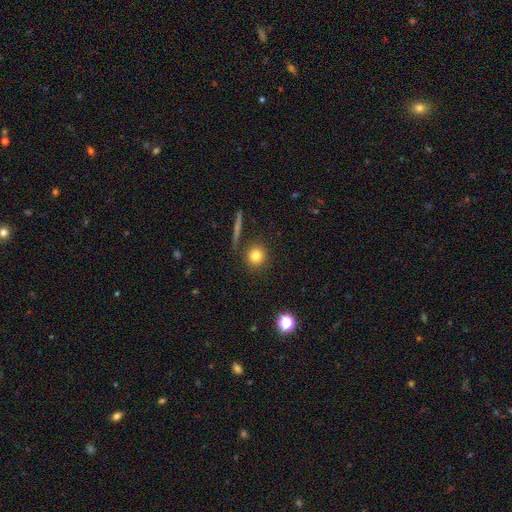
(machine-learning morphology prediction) A smooth galaxy with no disk features (80%) that is round (89%).

Vote fractions:
- Smooth or featured? smooth: 80% / star or artifact: 12% / featured or disk: 8%
- How rounded? round: 89% / in between: 9% / cigar-shaped: 2%
- Merging? none: 86% / minor disturbance: 8% / merger: 4% / major disturbance: 3%